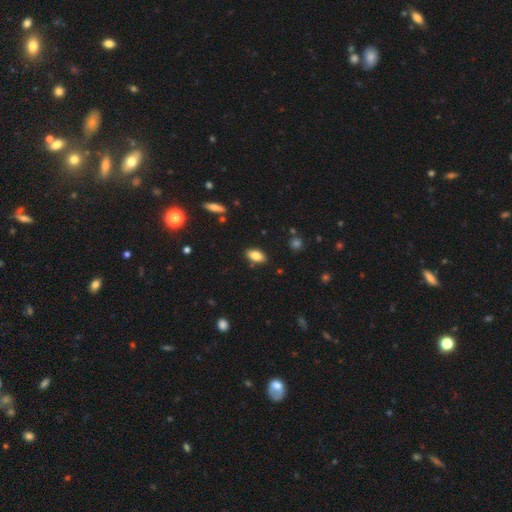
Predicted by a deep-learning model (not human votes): Smooth or featured? Predicted: smooth (p=0.84). How rounded? Predicted: in between (p=0.90). Merging? Predicted: none (p=0.86).